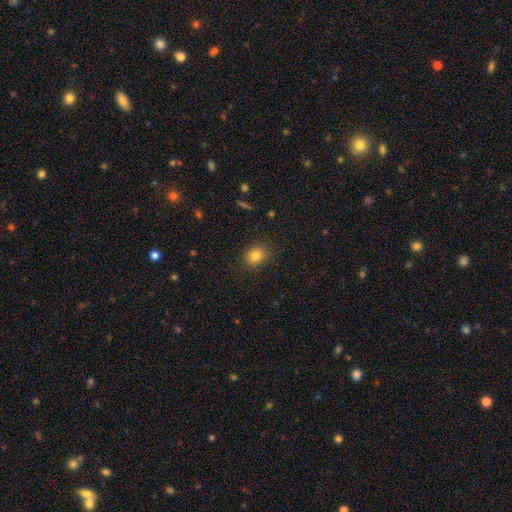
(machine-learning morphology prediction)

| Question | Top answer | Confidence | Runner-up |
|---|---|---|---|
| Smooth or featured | smooth | 82% | star or artifact (12%) |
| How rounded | round | 69% | in between (30%) |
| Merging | none | 84% | minor disturbance (11%) |